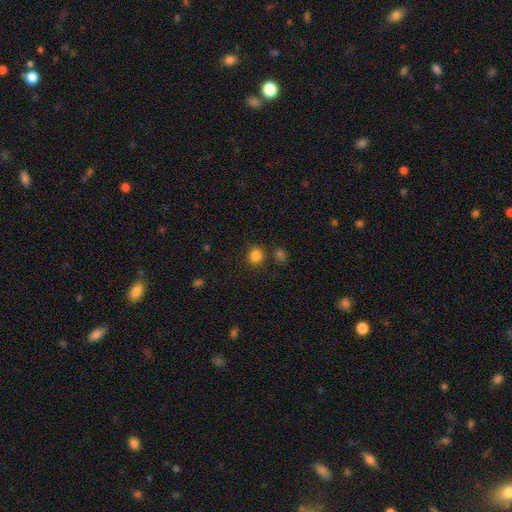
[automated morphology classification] Smooth or featured?
  - smooth: 84% *
  - star or artifact: 12%
  - featured or disk: 5%
How rounded?
  - round: 82% *
  - in between: 17%
  - cigar-shaped: 1%
Merging?
  - none: 82% *
  - minor disturbance: 9%
  - merger: 6%
  - major disturbance: 3%